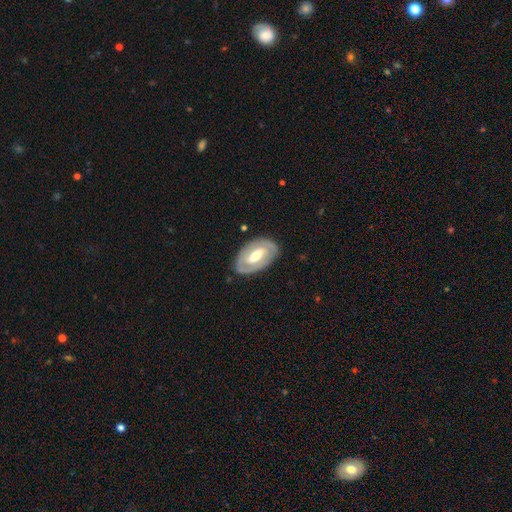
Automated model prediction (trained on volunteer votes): This appears to be a featured or disk galaxy (72%) with a weak bar (40%), spiral arms (58%) and a moderate central bulge (62%). Merging: none (83%).